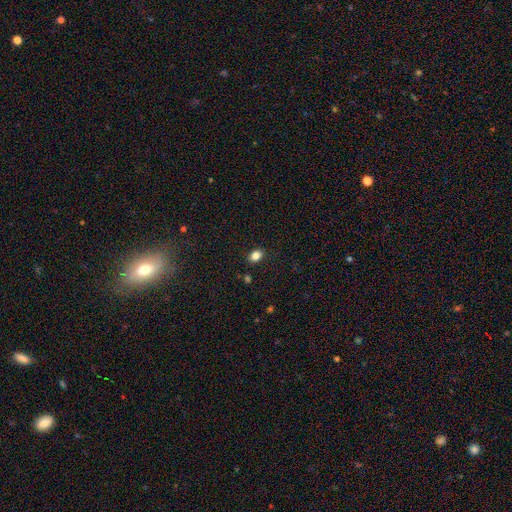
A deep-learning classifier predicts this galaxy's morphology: smooth_or_featured: smooth (p=0.84) [alt: star or artifact p=0.11]
how_rounded: in between (p=0.78) [alt: round p=0.20]
merging: none (p=0.87) [alt: minor disturbance p=0.09]